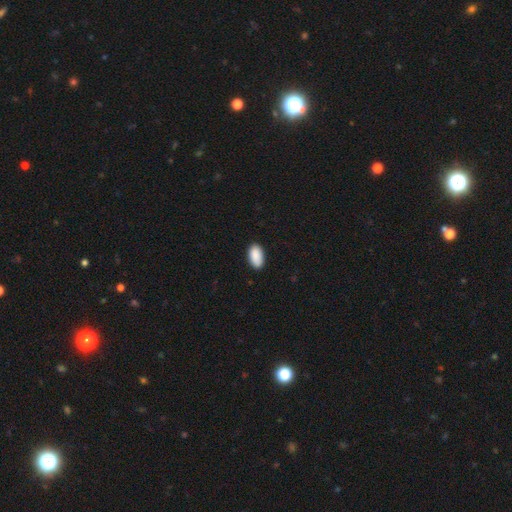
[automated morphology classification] type=smooth (90%); roundness=in between (95%); merging=none (86%).